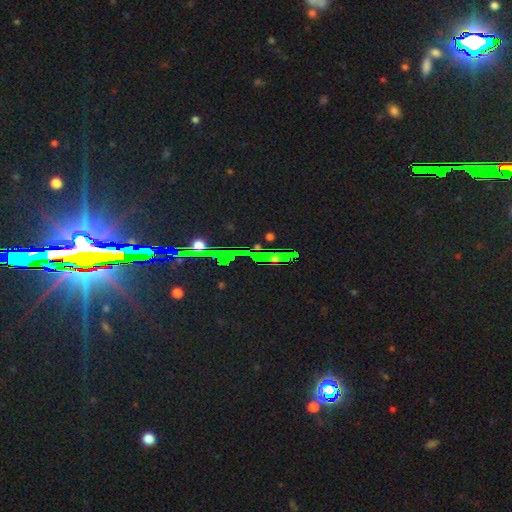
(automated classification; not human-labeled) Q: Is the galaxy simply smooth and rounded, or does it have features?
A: star or artifact — 84%.